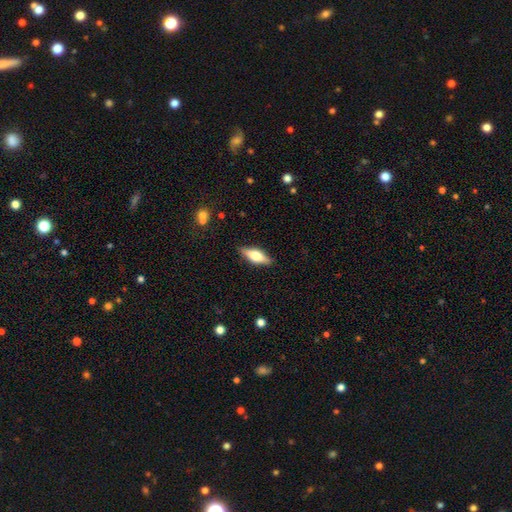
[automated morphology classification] smooth 49%, featured or disk 45%, star or artifact 7%. Down the decision tree: merging — none (87%).